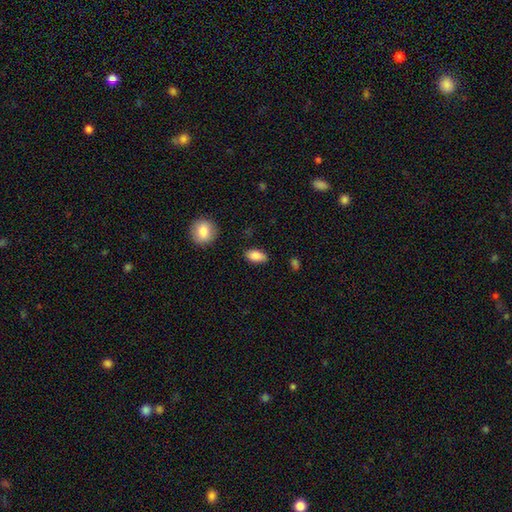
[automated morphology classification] Smooth or featured?
  - smooth: 87% *
  - star or artifact: 7%
  - featured or disk: 6%
How rounded?
  - in between: 90% *
  - round: 6%
  - cigar-shaped: 4%
Merging?
  - none: 83% *
  - minor disturbance: 12%
  - major disturbance: 3%
  - merger: 2%